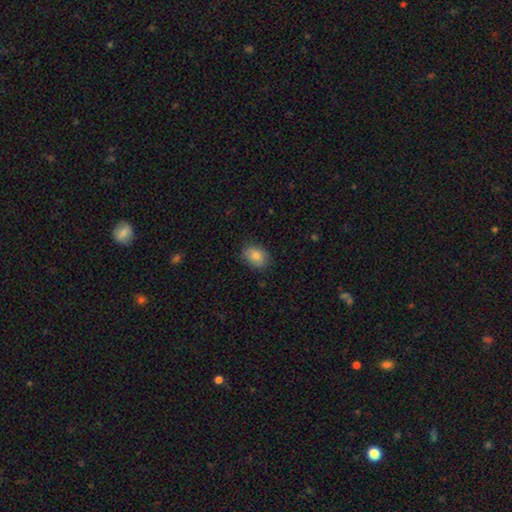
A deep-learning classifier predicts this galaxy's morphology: The model was most divided on "how rounded": in between: 61%, round: 38%, cigar-shaped: 1%. More confident: smooth or featured — smooth (85%); merging — none (81%).